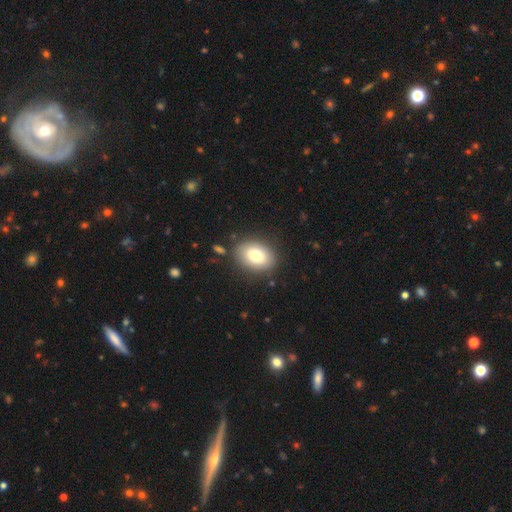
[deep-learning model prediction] smooth-or-featured: smooth: 79% | featured or disk: 13% | star or artifact: 8%
  how-rounded: in between: 76% | round: 23% | cigar-shaped: 1%
  merging: none: 84% | minor disturbance: 10% | major disturbance: 3% | merger: 3%